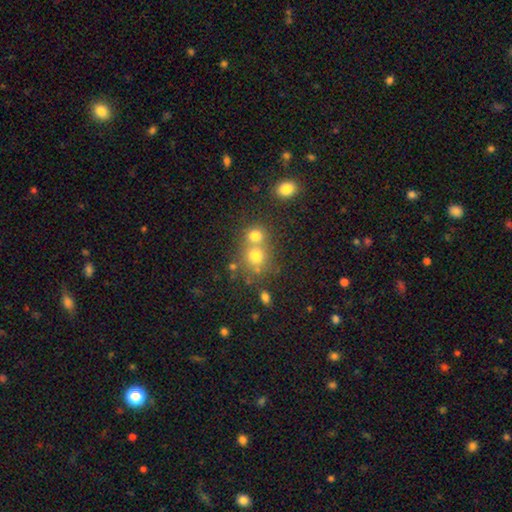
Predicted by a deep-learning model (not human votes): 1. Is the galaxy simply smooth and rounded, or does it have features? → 70% smooth, 17% star or artifact, 13% featured or disk.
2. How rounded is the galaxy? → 81% round, 18% in between, 1% cigar-shaped.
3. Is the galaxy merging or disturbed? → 47% merger, 43% none, 7% minor disturbance, 3% major disturbance.